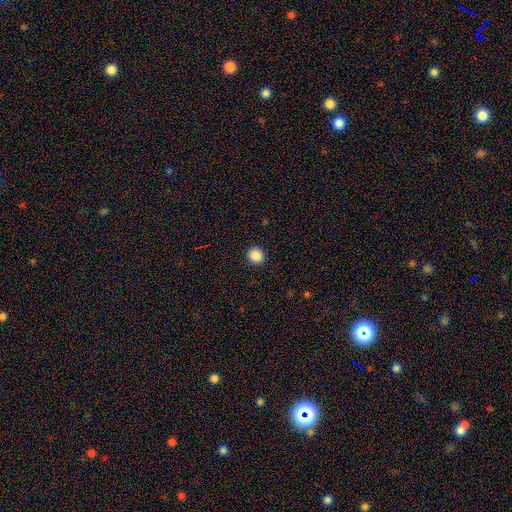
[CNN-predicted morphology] smooth 87%, star or artifact 10%, featured or disk 3%. Down the decision tree: how rounded — round (90%); merging — none (93%).